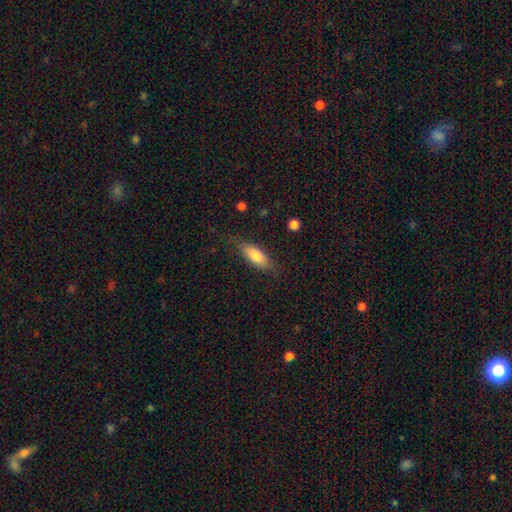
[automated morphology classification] This appears to be a smooth galaxy with no disk features (78%) that is in between round and cigar-shaped (72%). Merging: none (74%).